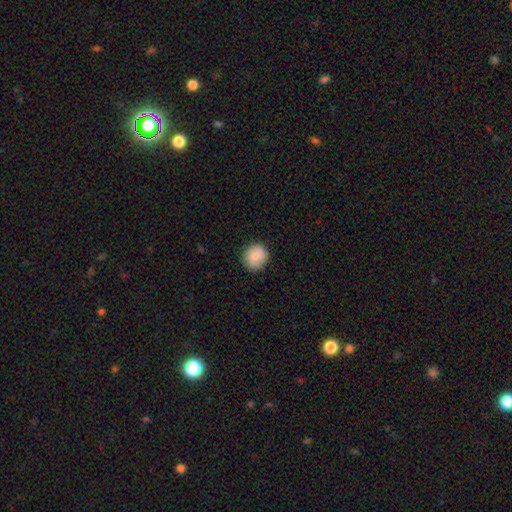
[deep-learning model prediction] Smooth or featured: smooth — 88% (star or artifact — 7%)
How rounded: round — 88% (in between — 11%)
Merging: none — 86% (minor disturbance — 10%)